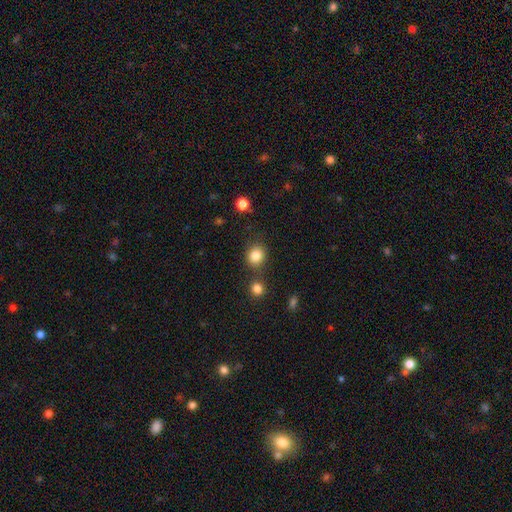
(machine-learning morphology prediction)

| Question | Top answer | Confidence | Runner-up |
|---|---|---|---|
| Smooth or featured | smooth | 84% | star or artifact (11%) |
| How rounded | round | 80% | in between (19%) |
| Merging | none | 75% | minor disturbance (11%) |